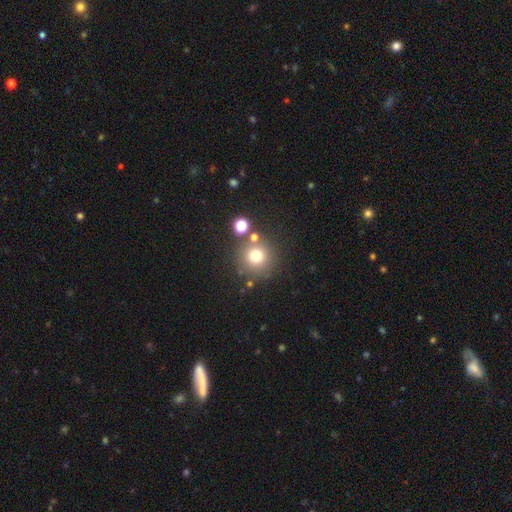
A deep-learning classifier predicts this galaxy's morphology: A smooth galaxy with no disk features (74%) that is round (94%). Merging: none (77%).